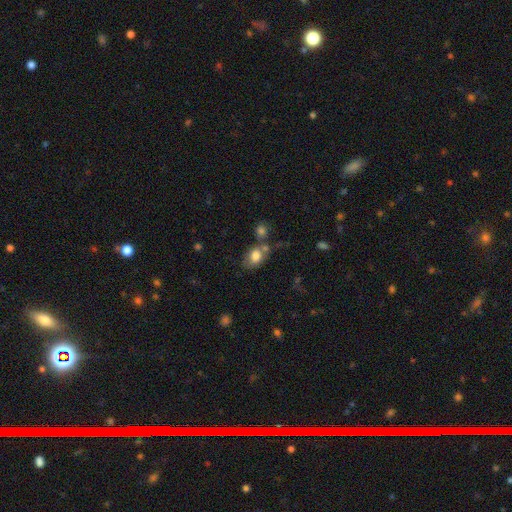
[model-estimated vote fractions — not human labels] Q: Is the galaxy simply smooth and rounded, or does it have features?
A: smooth — 79%.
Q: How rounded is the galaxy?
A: in between — 70%.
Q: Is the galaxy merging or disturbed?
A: none — 45%.